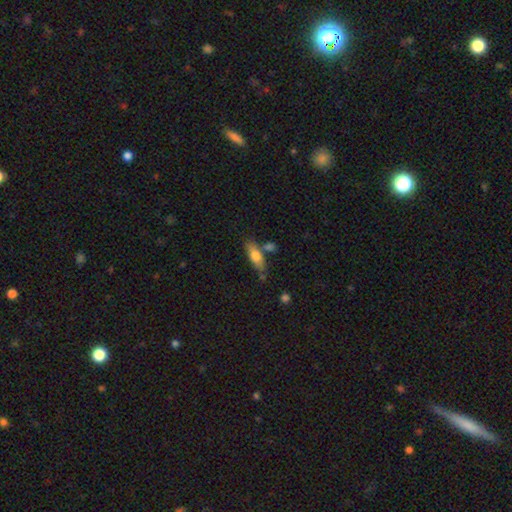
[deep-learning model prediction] Smooth or featured? Predicted: smooth (p=0.70). How rounded? Predicted: in between (p=0.64). Merging? Predicted: none (p=0.65).